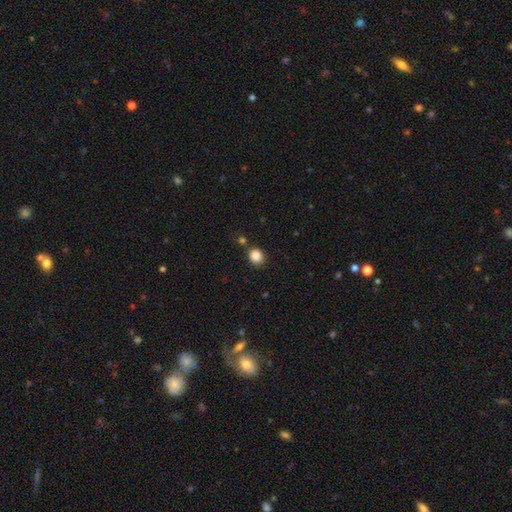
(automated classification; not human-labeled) Smooth or featured: smooth — 86% (star or artifact — 10%)
How rounded: round — 70% (in between — 29%)
Merging: none — 78% (minor disturbance — 11%)